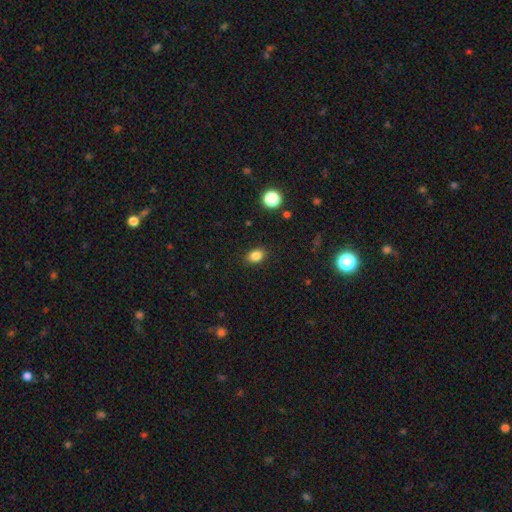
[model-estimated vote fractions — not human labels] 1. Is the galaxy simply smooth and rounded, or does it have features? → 85% smooth, 11% star or artifact, 4% featured or disk.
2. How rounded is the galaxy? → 73% in between, 25% round, 1% cigar-shaped.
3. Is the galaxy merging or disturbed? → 88% none, 8% minor disturbance, 2% major disturbance, 1% merger.